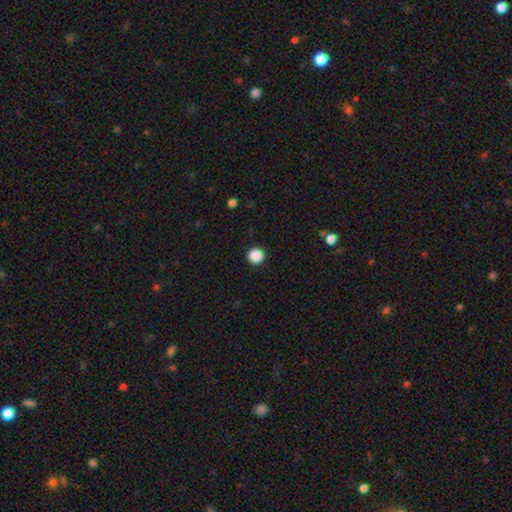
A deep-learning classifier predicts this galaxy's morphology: This appears to be a smooth galaxy with no disk features (88%) that is round (96%). Merging: none (94%).